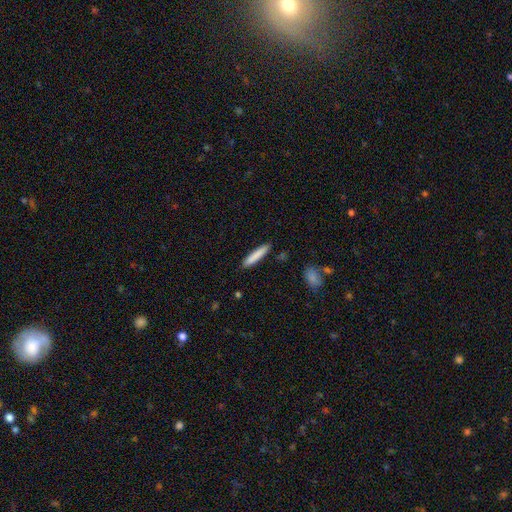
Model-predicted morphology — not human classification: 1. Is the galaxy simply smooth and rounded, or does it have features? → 83% smooth, 11% featured or disk, 6% star or artifact.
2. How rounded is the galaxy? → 91% cigar-shaped, 8% in between, 1% round.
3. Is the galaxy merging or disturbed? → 88% none, 8% minor disturbance, 2% major disturbance, 2% merger.